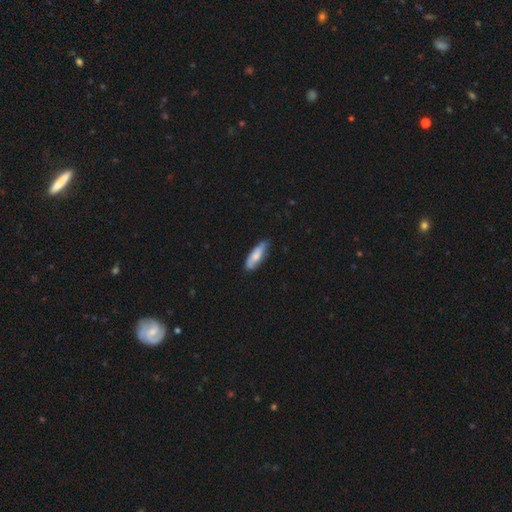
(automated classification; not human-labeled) The model was most divided on "how rounded": in between: 54%, cigar-shaped: 44%, round: 2%. More confident: merging — none (74%); smooth or featured — smooth (69%).